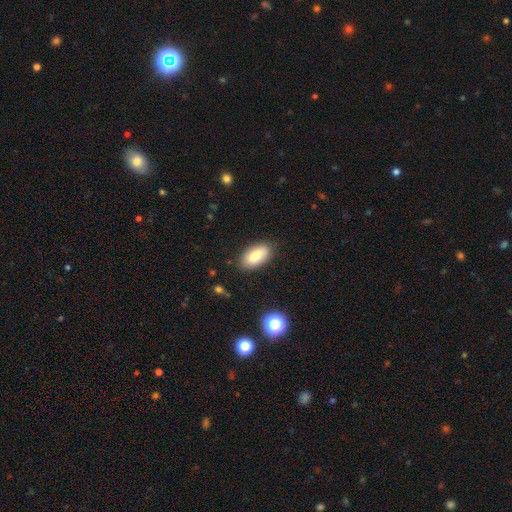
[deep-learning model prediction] Morphology: type=smooth (79%); roundness=in between (92%); merging=none (85%).